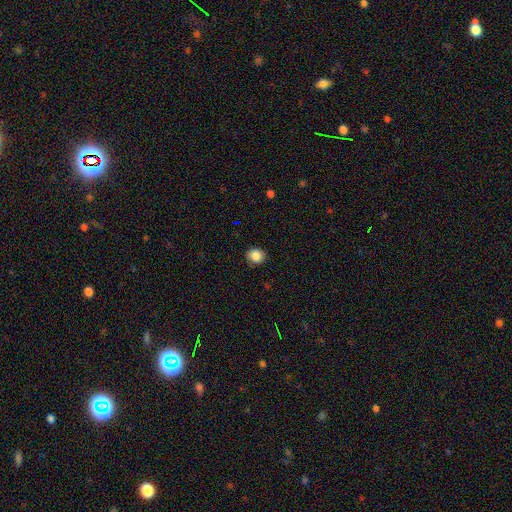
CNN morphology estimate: The model was most divided on "how rounded": round: 77%, in between: 23%, cigar-shaped: 1%. More confident: merging — none (88%); smooth or featured — smooth (86%).